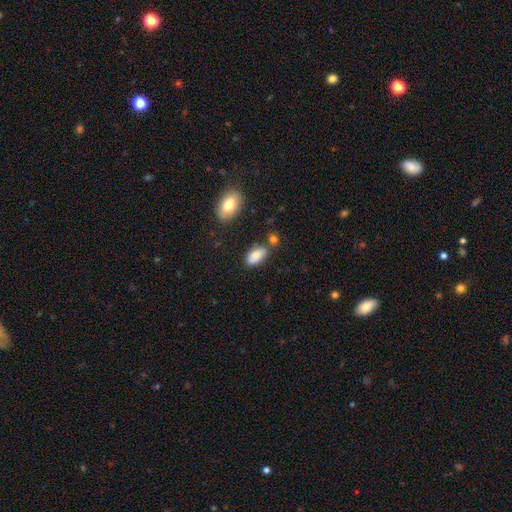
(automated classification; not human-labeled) Q: Smooth or featured?
A: smooth (84%); runner-up: featured or disk (9%)
Q: How rounded?
A: in between (92%); runner-up: cigar-shaped (5%)
Q: Merging?
A: none (73%); runner-up: minor disturbance (16%)